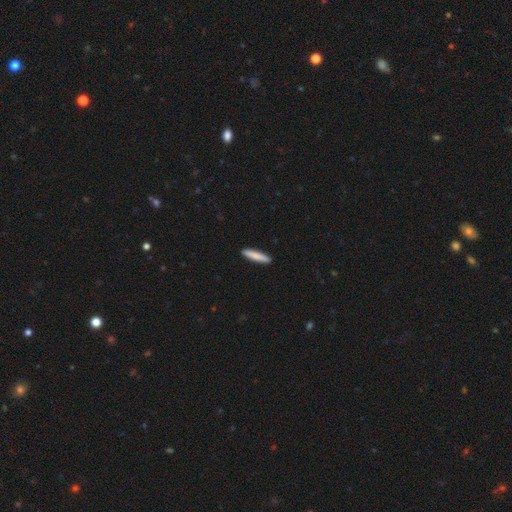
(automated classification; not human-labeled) Smooth or featured? smooth (82%)
How rounded? cigar-shaped (91%)
Merging? none (92%)